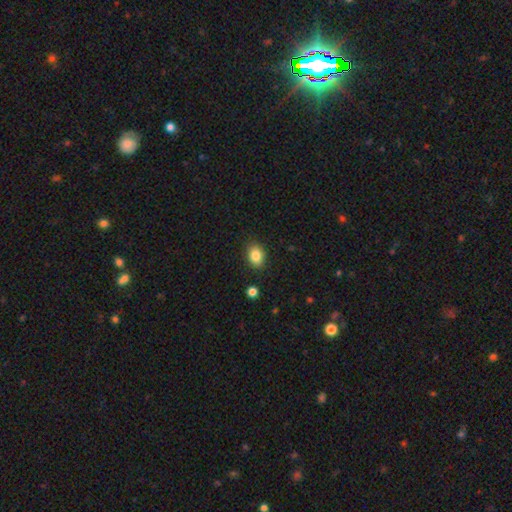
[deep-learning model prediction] Smooth or featured? Predicted: smooth (p=0.84). How rounded? Predicted: in between (p=0.73). Merging? Predicted: none (p=0.87).